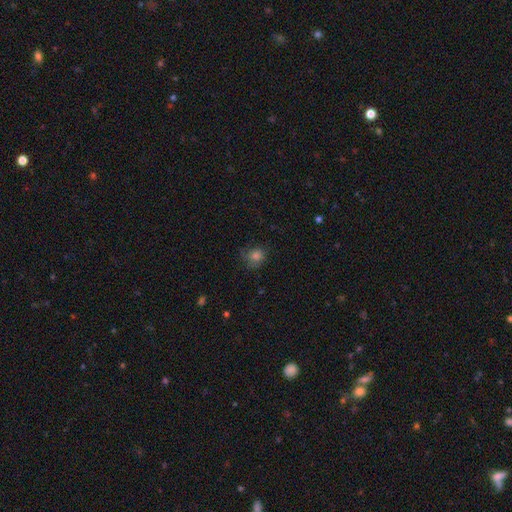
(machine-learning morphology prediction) This is likely a smooth galaxy (71%). How rounded: likely round (72%). Merging: possibly none (60%).